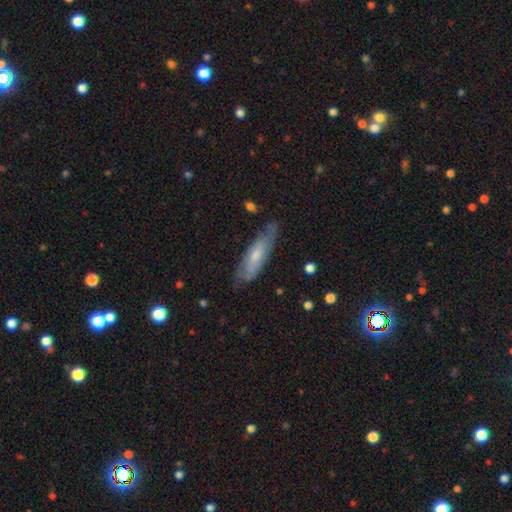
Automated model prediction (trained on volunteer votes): This is possibly a smooth galaxy (48%). Merging: likely none (70%).